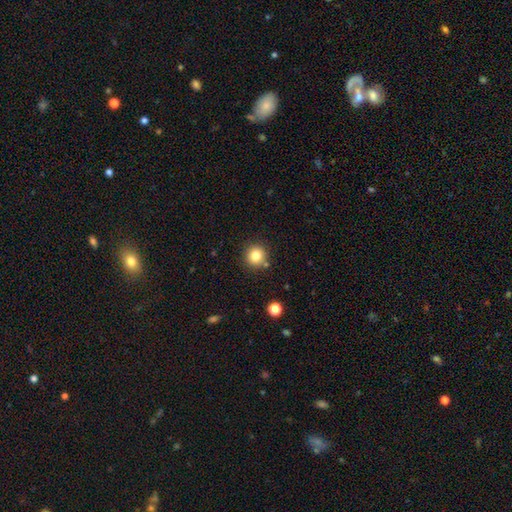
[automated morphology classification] smooth_or_featured: smooth (p=0.82) [alt: star or artifact p=0.12]
how_rounded: round (p=0.93) [alt: in between p=0.06]
merging: none (p=0.85) [alt: minor disturbance p=0.08]